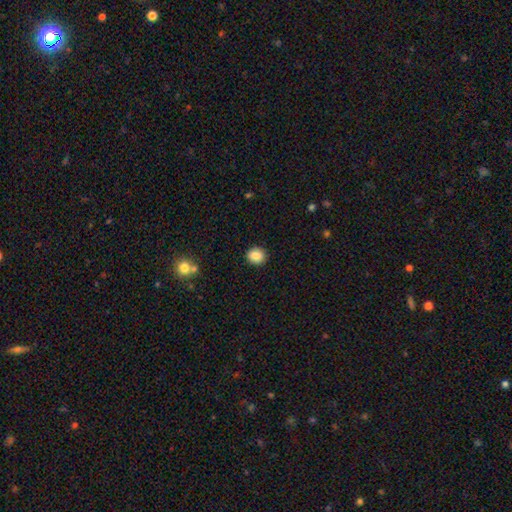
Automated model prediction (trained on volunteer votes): A smooth galaxy with no disk features (86%) that is round (80%). Merging: none (91%).